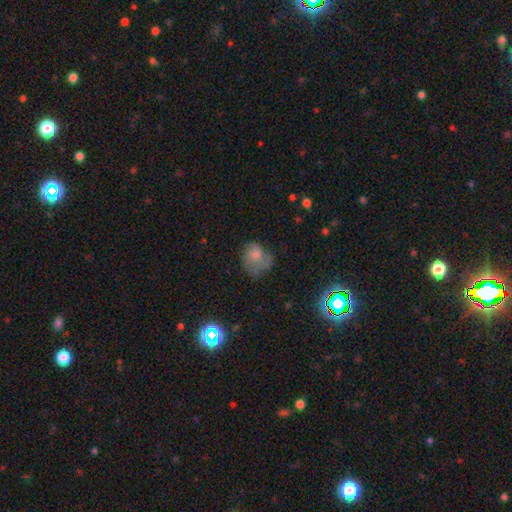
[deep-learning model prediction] A smooth galaxy with no disk features (61%) that is round (57%). Merging: none (39%).